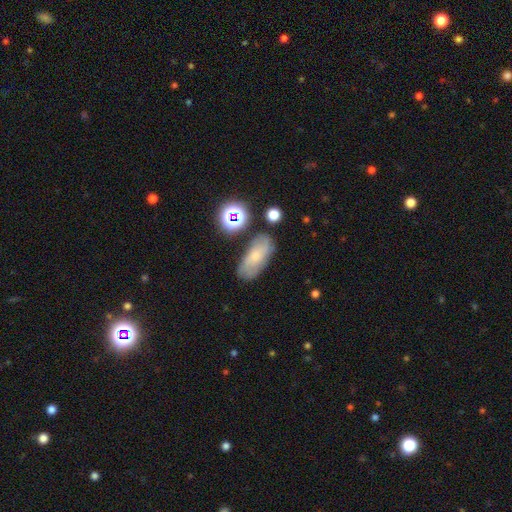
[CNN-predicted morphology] A smooth galaxy with no disk features (50%).

Vote fractions:
- Smooth or featured? smooth: 50% / featured or disk: 37% / star or artifact: 14%
- Merging? none: 69% / minor disturbance: 20% / major disturbance: 6% / merger: 5%